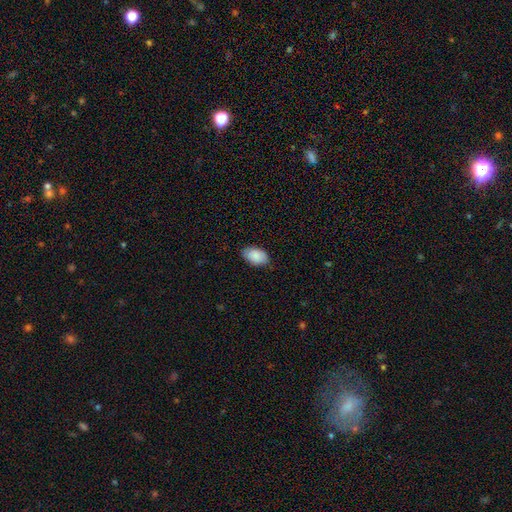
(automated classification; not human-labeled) This is clearly a smooth galaxy (88%). How rounded: clearly in between (92%). Merging: clearly none (82%).